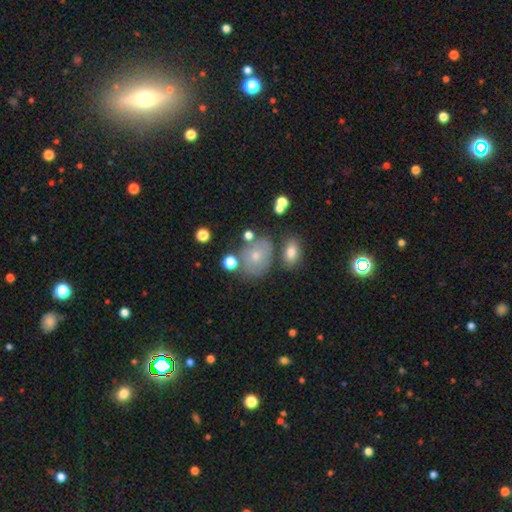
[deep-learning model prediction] This is likely a smooth galaxy (64%). How rounded: possibly in between (51%). Merging: possibly none (59%).